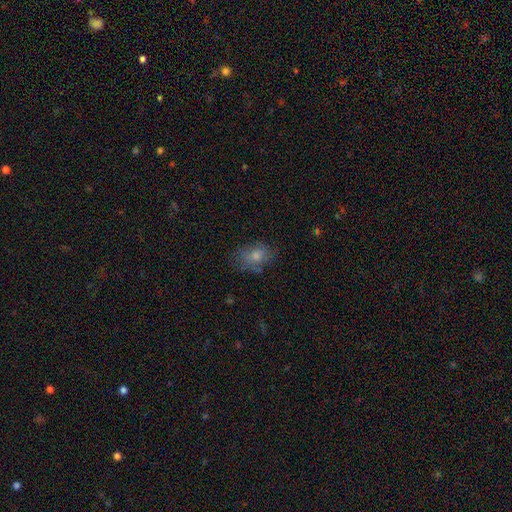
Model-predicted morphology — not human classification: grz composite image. It shows a smooth galaxy with no disk features (63%) that is in between round and cigar-shaped (76%). Merging: none (68%).